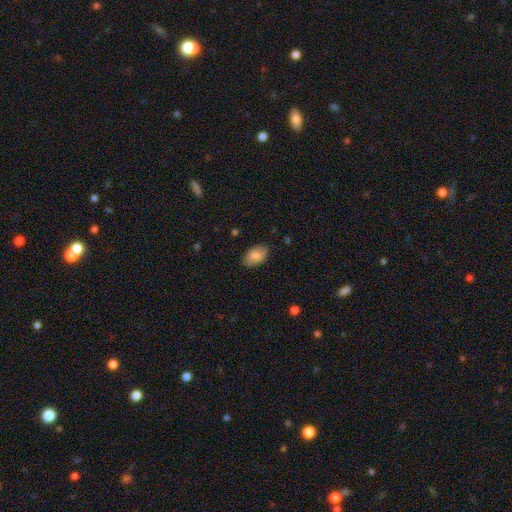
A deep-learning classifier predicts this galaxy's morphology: A smooth galaxy with no disk features (82%) that is in between round and cigar-shaped (92%).

Vote fractions:
- Smooth or featured? smooth: 82% / featured or disk: 11% / star or artifact: 7%
- How rounded? in between: 92% / round: 7% / cigar-shaped: 1%
- Merging? none: 80% / minor disturbance: 15% / major disturbance: 3% / merger: 1%